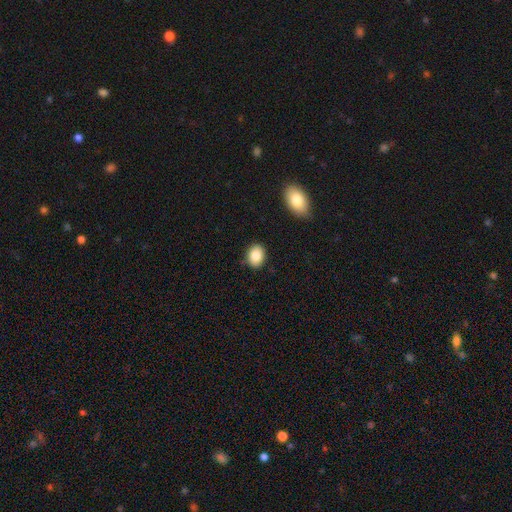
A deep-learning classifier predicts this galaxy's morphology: smooth_or_featured: smooth (p=0.86) [alt: star or artifact p=0.08]
how_rounded: in between (p=0.56) [alt: round p=0.43]
merging: none (p=0.87) [alt: minor disturbance p=0.09]